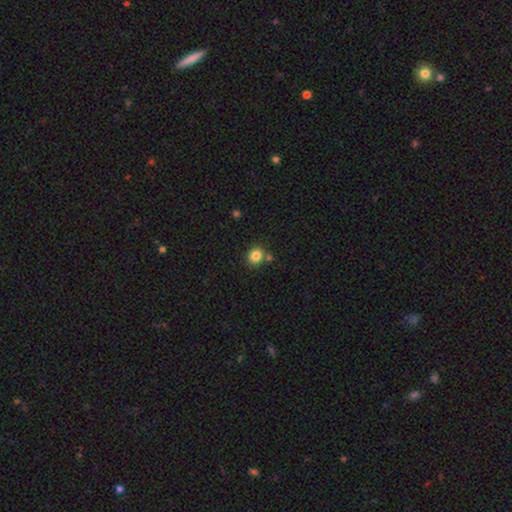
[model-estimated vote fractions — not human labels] A smooth galaxy with no disk features (84%) that is round (81%). Merging: none (72%).